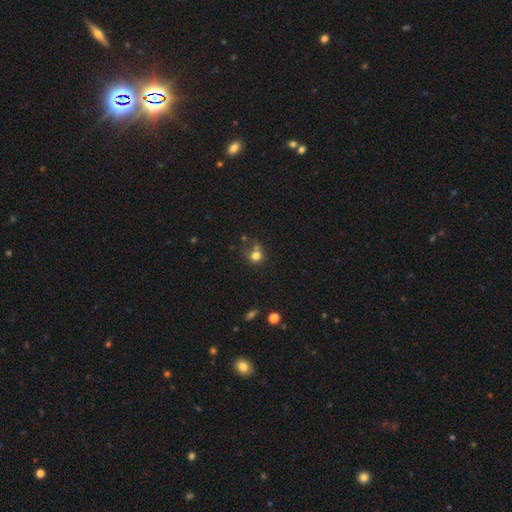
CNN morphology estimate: smooth_or_featured: smooth (p=0.76) [alt: star or artifact p=0.14]
how_rounded: round (p=0.82) [alt: in between p=0.17]
merging: none (p=0.48) [alt: merger p=0.23]